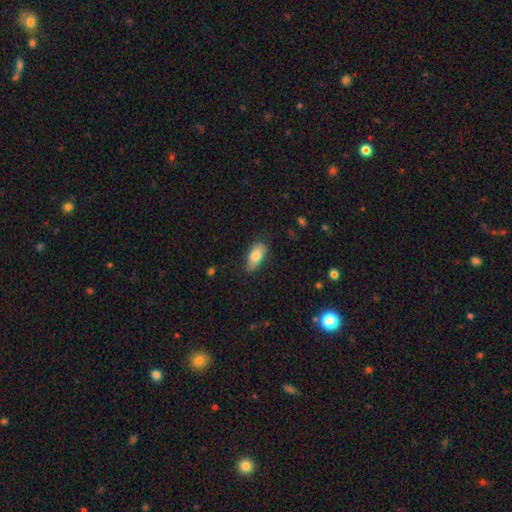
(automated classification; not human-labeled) The model was most divided on "merging": none: 78%, minor disturbance: 17%, major disturbance: 3%, merger: 1%. More confident: how rounded — in between (87%); smooth or featured — smooth (80%).